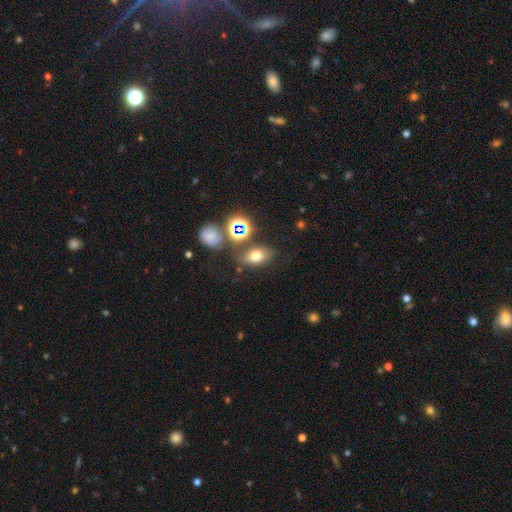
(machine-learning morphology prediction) A smooth galaxy with no disk features (65%) that is in between round and cigar-shaped (75%). Merging: none (71%).